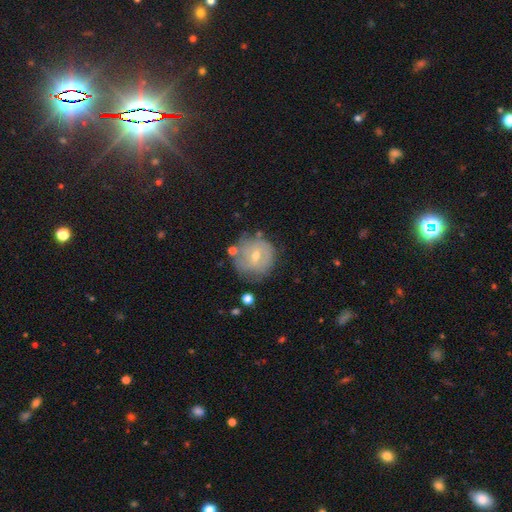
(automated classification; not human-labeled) smooth-or-featured: featured or disk: 56% | smooth: 34% | star or artifact: 10%
  disk-edge-on: no: 96% | yes: 4%
    bar: no: 50% | weak: 41% | strong: 10%
    has-spiral-arms: yes: 64% | no: 36%
    bulge-size: moderate: 49% | small: 48% | large: 1% | none: 1% | dominant: 1%
  merging: none: 68% | minor disturbance: 20% | major disturbance: 7% | merger: 5%